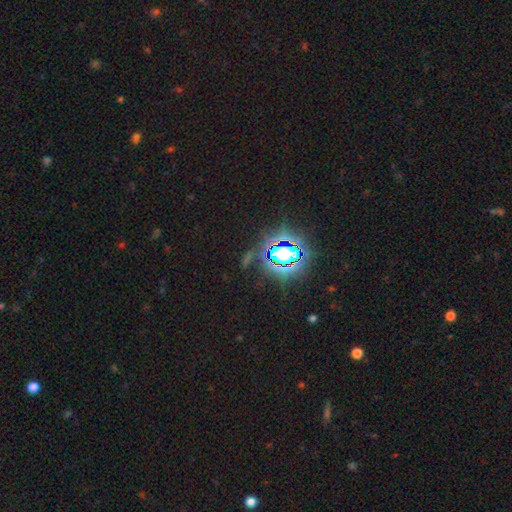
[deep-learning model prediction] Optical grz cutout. It shows a star or artifact, not a galaxy (82%).